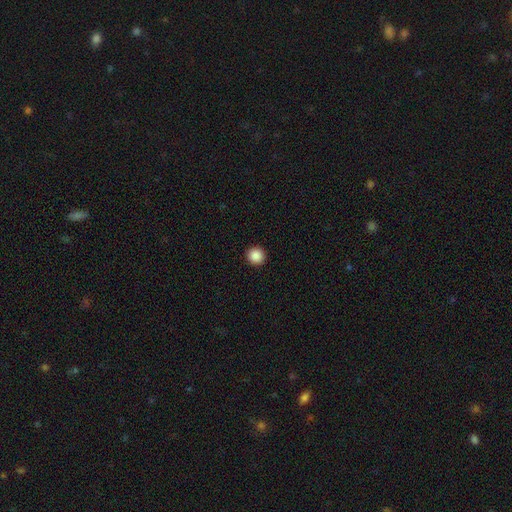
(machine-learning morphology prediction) Smooth or featured? Predicted: smooth (p=0.88). How rounded? Predicted: round (p=0.94). Merging? Predicted: none (p=0.94).